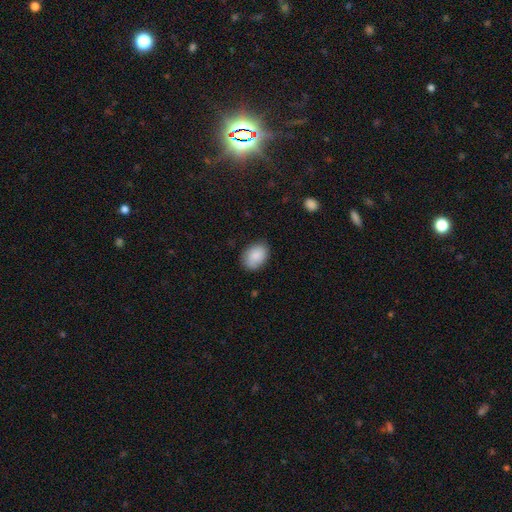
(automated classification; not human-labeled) Smooth or featured?
  - smooth: 87% *
  - featured or disk: 7%
  - star or artifact: 6%
How rounded?
  - in between: 78% *
  - round: 21%
  - cigar-shaped: 1%
Merging?
  - none: 81% *
  - minor disturbance: 15%
  - major disturbance: 3%
  - merger: 1%